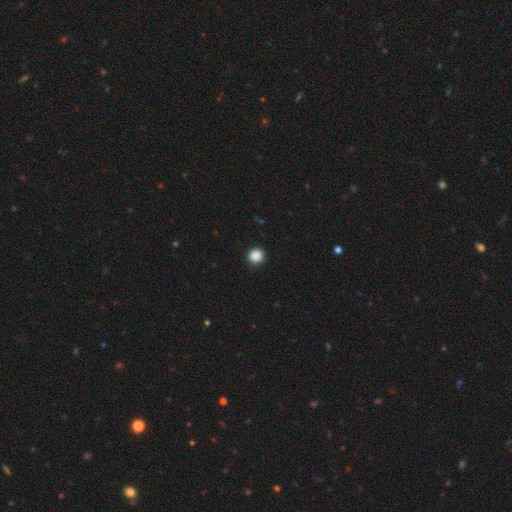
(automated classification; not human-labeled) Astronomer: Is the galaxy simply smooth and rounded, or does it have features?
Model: smooth — 88%.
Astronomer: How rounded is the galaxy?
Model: round — 93%.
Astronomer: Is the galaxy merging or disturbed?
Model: none — 92%.